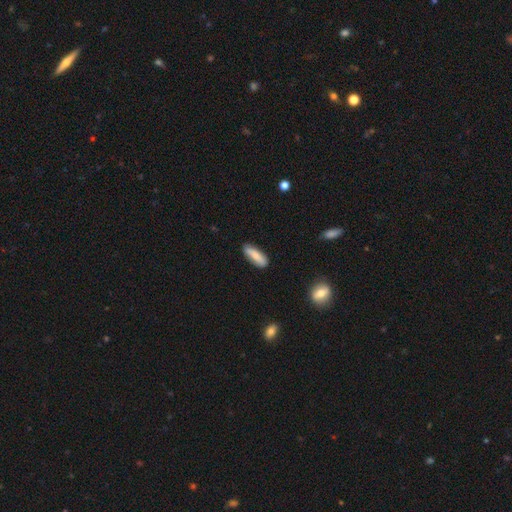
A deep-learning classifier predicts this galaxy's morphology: This appears to be a smooth galaxy with no disk features (81%) that is cigar-shaped (50%). Merging: none (82%).